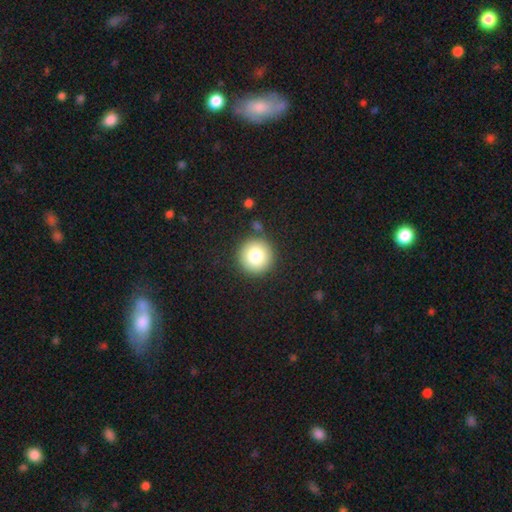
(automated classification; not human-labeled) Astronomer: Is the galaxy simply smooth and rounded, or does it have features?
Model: smooth — 81%.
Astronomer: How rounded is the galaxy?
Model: round — 96%.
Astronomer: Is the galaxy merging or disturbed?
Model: none — 88%.